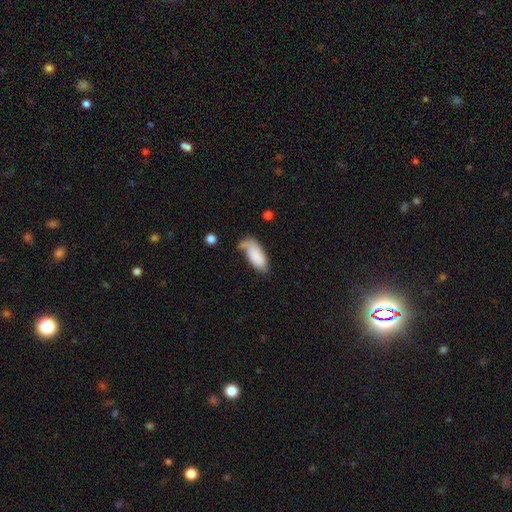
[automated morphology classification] Q: Smooth or featured?
A: smooth (79%); runner-up: featured or disk (15%)
Q: How rounded?
A: in between (90%); runner-up: cigar-shaped (8%)
Q: Merging?
A: none (38%); runner-up: minor disturbance (32%)